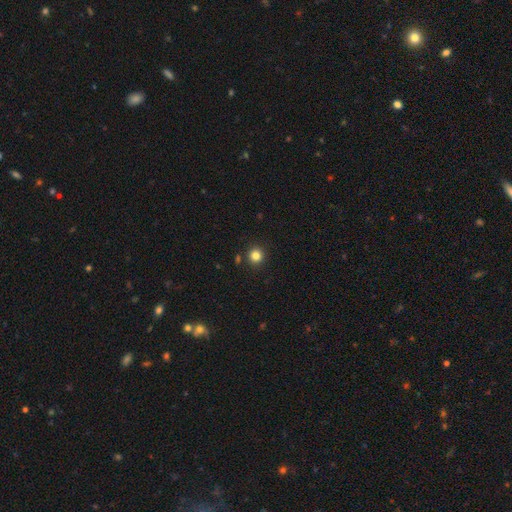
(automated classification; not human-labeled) Smooth or featured: smooth — 82% (star or artifact — 13%)
How rounded: round — 93% (in between — 6%)
Merging: none — 90% (minor disturbance — 6%)